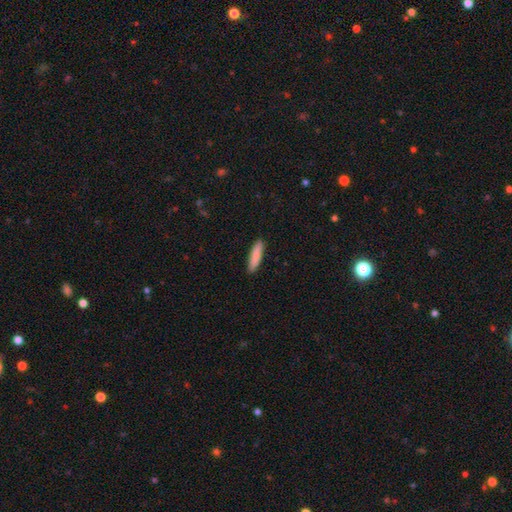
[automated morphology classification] This is clearly a smooth galaxy (86%). How rounded: clearly cigar-shaped (82%). Merging: clearly none (90%).